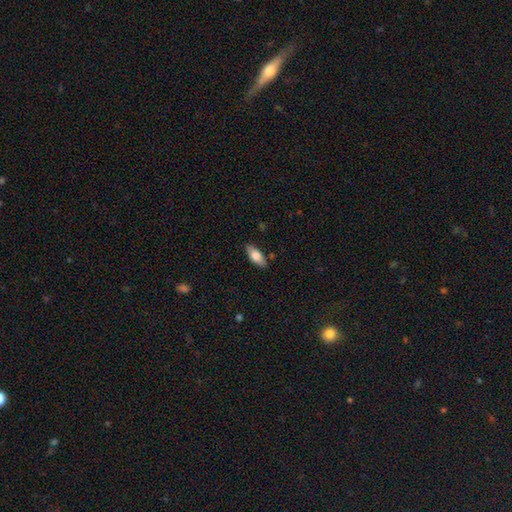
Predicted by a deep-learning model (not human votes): A smooth galaxy with no disk features (72%) that is in between round and cigar-shaped (81%). Merging: none (84%).